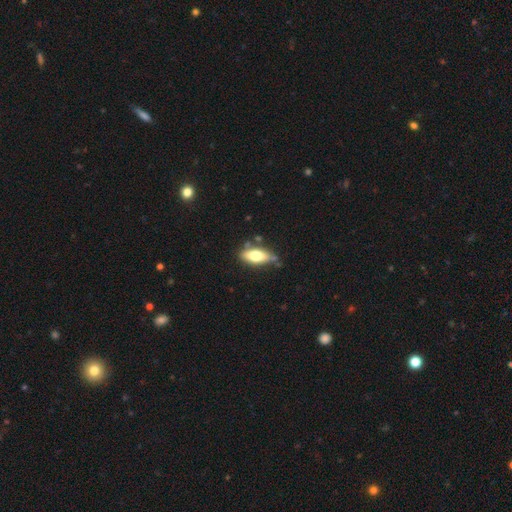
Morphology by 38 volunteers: This appears to be a smooth galaxy with no disk features (71%) that is in between round and cigar-shaped (81%). Merging: none (64%).